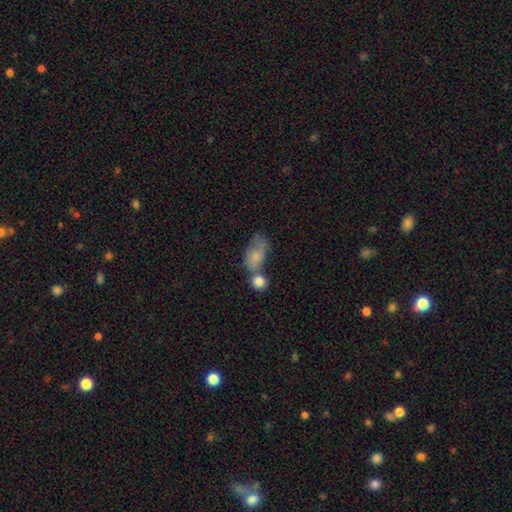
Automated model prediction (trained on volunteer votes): The model was most divided on "merging": merger: 47%, none: 24%, minor disturbance: 17%, major disturbance: 12%. More confident: how rounded — in between (86%); smooth or featured — smooth (76%).